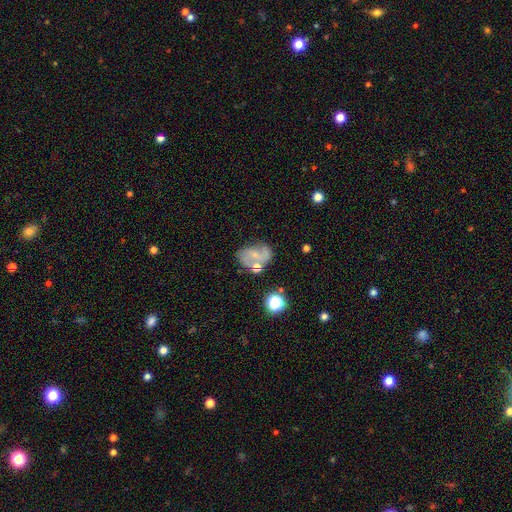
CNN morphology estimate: featured or disk 54%, smooth 34%, star or artifact 12%. Down the decision tree: edge-on disk — no (97%); bar — no (57%); spiral arms — yes (74%); bulge size — small (62%); merging — none (48%).